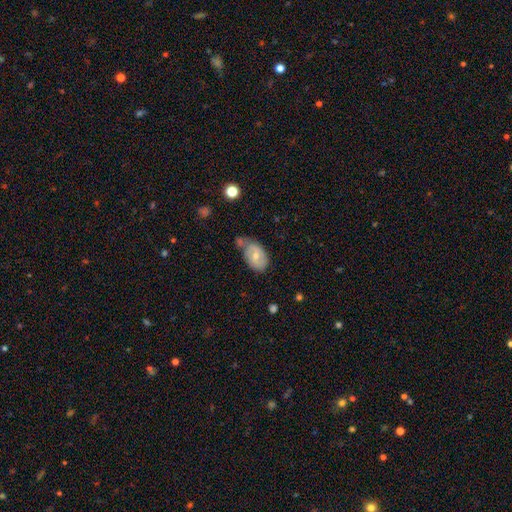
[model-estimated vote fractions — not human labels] The model was most divided on "merging": none: 45%, minor disturbance: 28%, merger: 19%, major disturbance: 9%. More confident: how rounded — in between (88%); smooth or featured — smooth (59%).